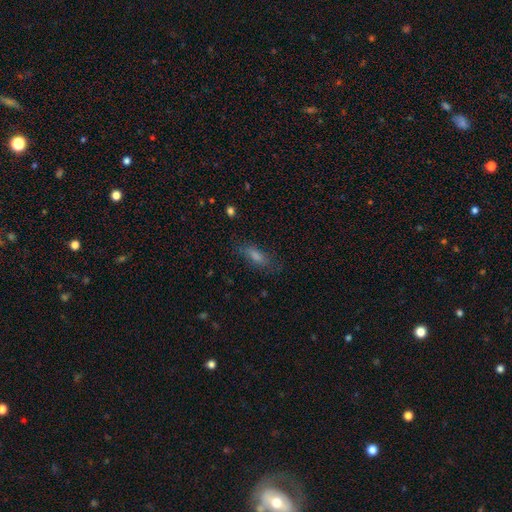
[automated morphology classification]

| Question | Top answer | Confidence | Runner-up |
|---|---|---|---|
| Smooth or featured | smooth | 54% | featured or disk (27%) |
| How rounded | in between | 57% | cigar-shaped (38%) |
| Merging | none | 73% | minor disturbance (17%) |